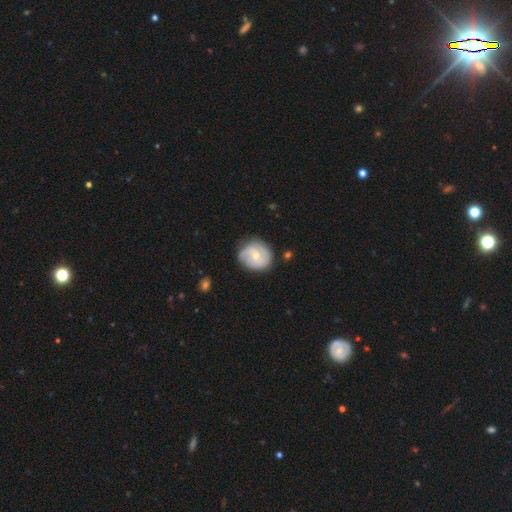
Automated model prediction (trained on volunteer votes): Smooth or featured: featured or disk — 54% (smooth — 39%)
Edge-on disk: no — 97% (yes — 3%)
Bar: no — 69% (weak — 26%)
Spiral arms: yes — 79% (no — 21%)
Bulge size: moderate — 49% (small — 47%)
Merging: none — 70% (minor disturbance — 22%)